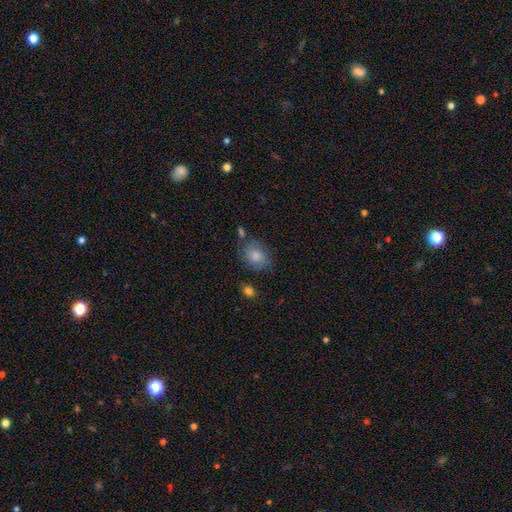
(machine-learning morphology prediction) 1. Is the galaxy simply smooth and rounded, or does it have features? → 73% smooth, 19% featured or disk, 8% star or artifact.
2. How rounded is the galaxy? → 53% in between, 46% round, 1% cigar-shaped.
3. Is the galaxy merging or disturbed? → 63% none, 23% minor disturbance, 8% major disturbance, 5% merger.